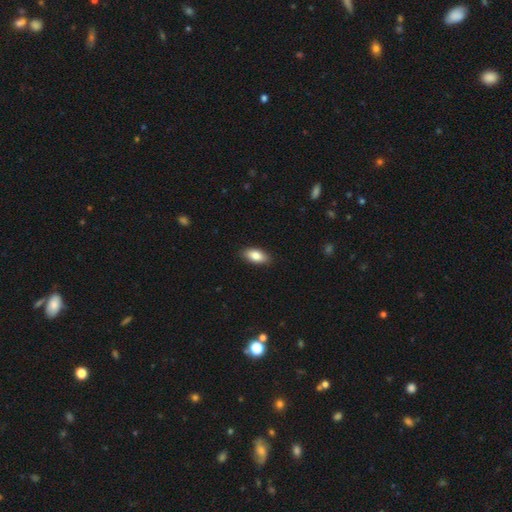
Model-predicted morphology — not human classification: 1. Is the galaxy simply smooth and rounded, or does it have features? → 85% smooth, 9% featured or disk, 7% star or artifact.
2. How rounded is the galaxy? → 90% in between, 7% cigar-shaped, 3% round.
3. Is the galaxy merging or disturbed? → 88% none, 9% minor disturbance, 2% major disturbance, 1% merger.